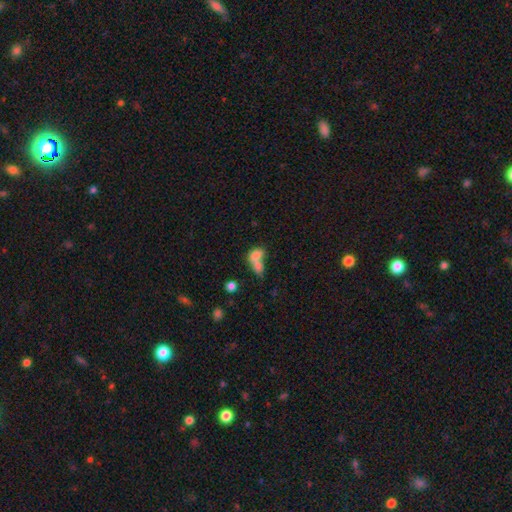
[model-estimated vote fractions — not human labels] A smooth galaxy with no disk features (75%) that is in between round and cigar-shaped (78%).

Vote fractions:
- Smooth or featured? smooth: 75% / featured or disk: 15% / star or artifact: 10%
- How rounded? in between: 78% / round: 19% / cigar-shaped: 4%
- Merging? merger: 72% / none: 17% / minor disturbance: 6% / major disturbance: 5%